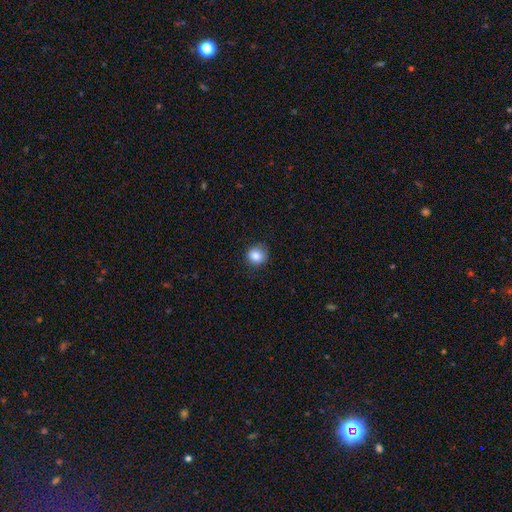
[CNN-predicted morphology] smooth-or-featured: smooth: 85% | star or artifact: 10% | featured or disk: 5%
  how-rounded: round: 85% | in between: 14% | cigar-shaped: 1%
  merging: none: 85% | minor disturbance: 12% | major disturbance: 3% | merger: 1%